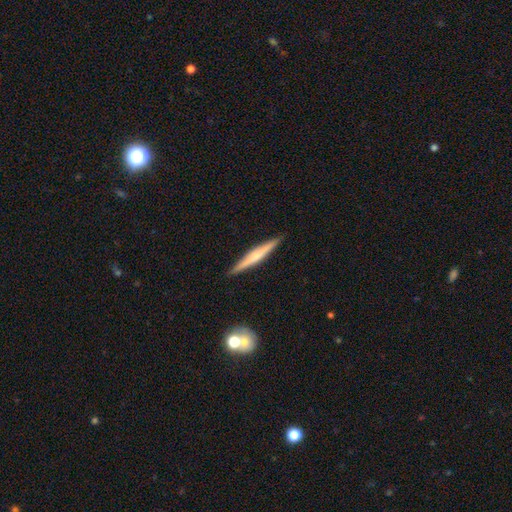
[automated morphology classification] Smooth or featured? Predicted: featured or disk (p=0.57). Edge-on disk? Predicted: yes (p=0.97). Edge-on bulge? Predicted: rounded (p=0.67). Merging? Predicted: none (p=0.91).